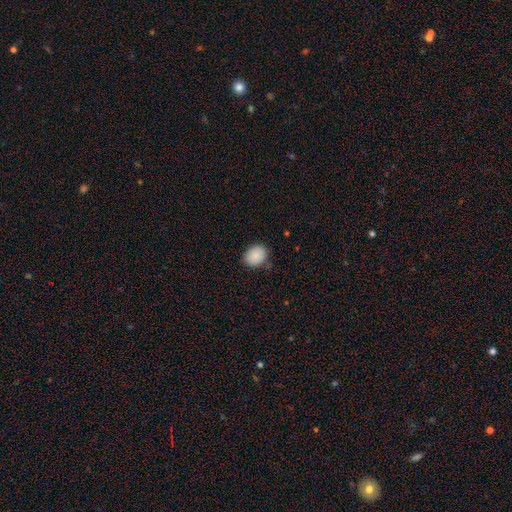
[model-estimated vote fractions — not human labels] Smooth or featured?
  - smooth: 87% *
  - star or artifact: 7%
  - featured or disk: 5%
How rounded?
  - in between: 58% *
  - round: 41%
  - cigar-shaped: 1%
Merging?
  - none: 78% *
  - minor disturbance: 17%
  - major disturbance: 3%
  - merger: 2%